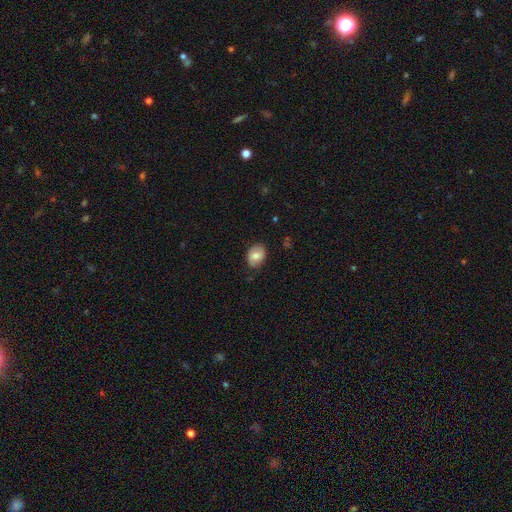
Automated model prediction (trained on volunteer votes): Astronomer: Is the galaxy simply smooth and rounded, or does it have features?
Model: smooth — 72%.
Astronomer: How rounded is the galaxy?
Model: in between — 66%.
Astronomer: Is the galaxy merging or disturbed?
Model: none — 77%.